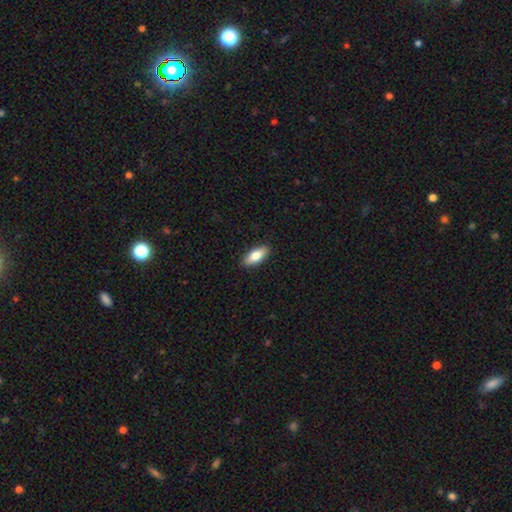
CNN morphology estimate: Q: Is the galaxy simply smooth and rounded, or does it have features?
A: smooth — 78%.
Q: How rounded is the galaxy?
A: in between — 81%.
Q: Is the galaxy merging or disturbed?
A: none — 89%.